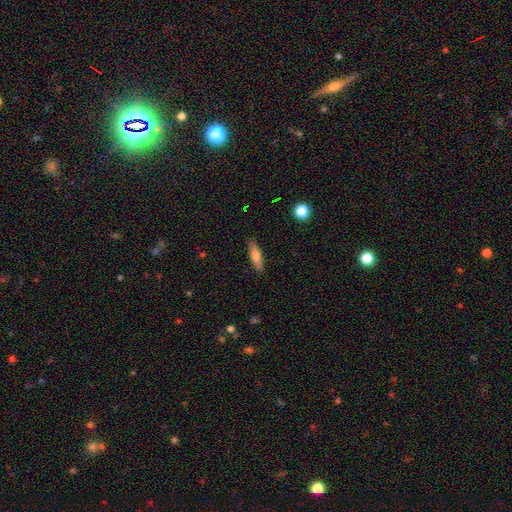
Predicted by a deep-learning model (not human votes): A smooth galaxy with no disk features (69%) that is cigar-shaped (64%).

Vote fractions:
- Smooth or featured? smooth: 69% / featured or disk: 25% / star or artifact: 7%
- How rounded? cigar-shaped: 64% / in between: 34% / round: 2%
- Merging? none: 87% / minor disturbance: 10% / major disturbance: 2% / merger: 1%